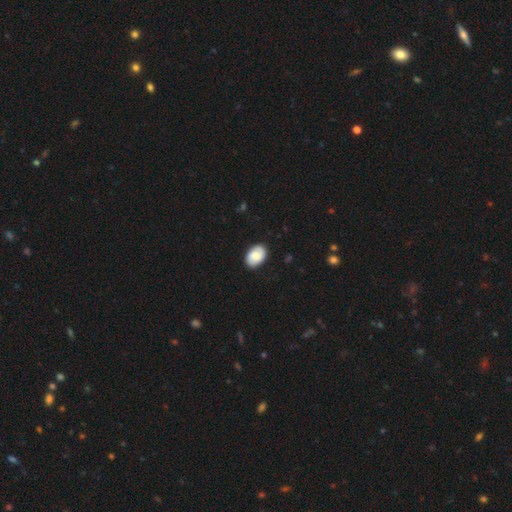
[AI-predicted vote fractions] Morphology: type=smooth (74%); roundness=in between (84%); merging=none (86%).